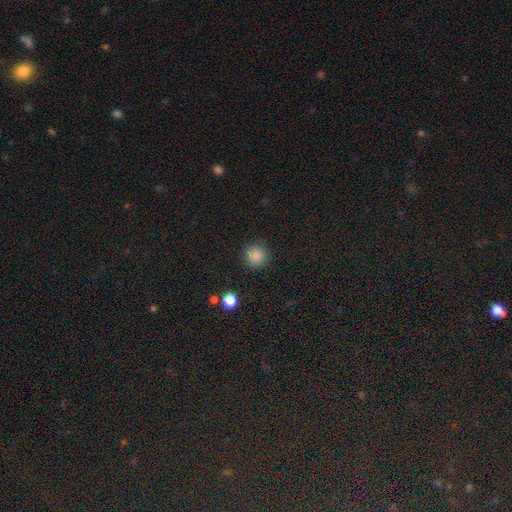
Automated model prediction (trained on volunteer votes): The model was most divided on "smooth or featured": smooth: 85%, star or artifact: 11%, featured or disk: 4%. More confident: how rounded — round (94%); merging — none (90%).